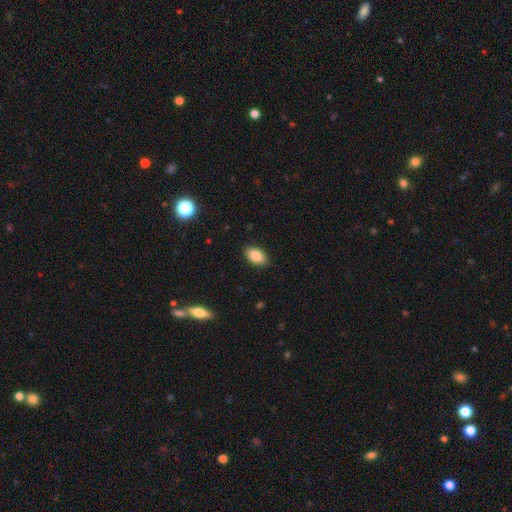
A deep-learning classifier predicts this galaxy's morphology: smooth-or-featured: smooth: 86% | star or artifact: 8% | featured or disk: 6%
  how-rounded: in between: 93% | round: 5% | cigar-shaped: 2%
  merging: none: 88% | minor disturbance: 9% | major disturbance: 2% | merger: 1%